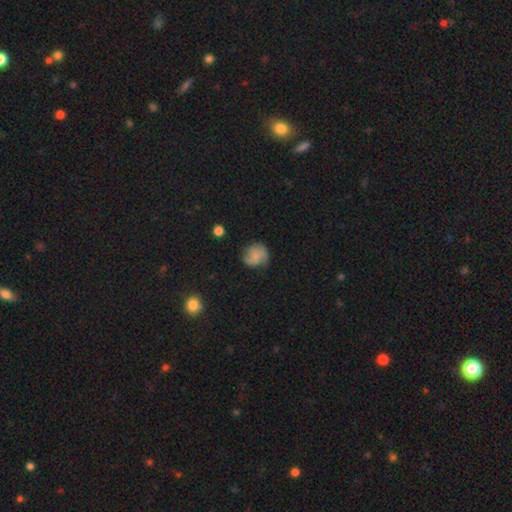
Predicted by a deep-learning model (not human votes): Q: Smooth or featured?
A: smooth (49%); runner-up: featured or disk (42%)
Q: Merging?
A: none (63%); runner-up: minor disturbance (25%)